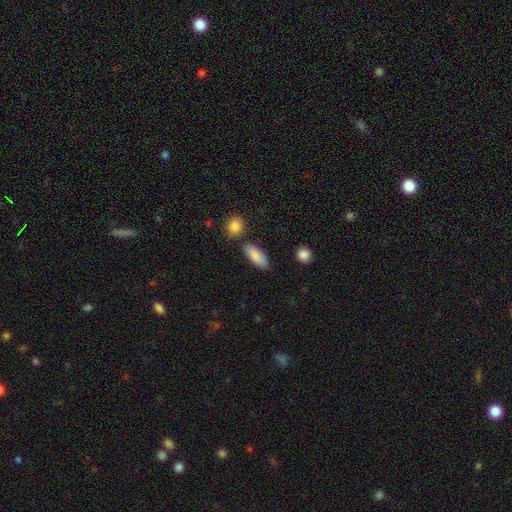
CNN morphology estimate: The model was most divided on "how rounded": in between: 80%, cigar-shaped: 18%, round: 3%. More confident: smooth or featured — smooth (86%); merging — none (78%).